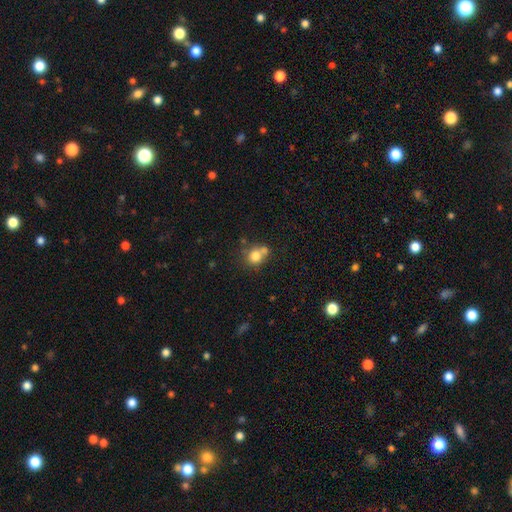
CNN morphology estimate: Smooth or featured? smooth (77%)
How rounded? round (79%)
Merging? none (46%)